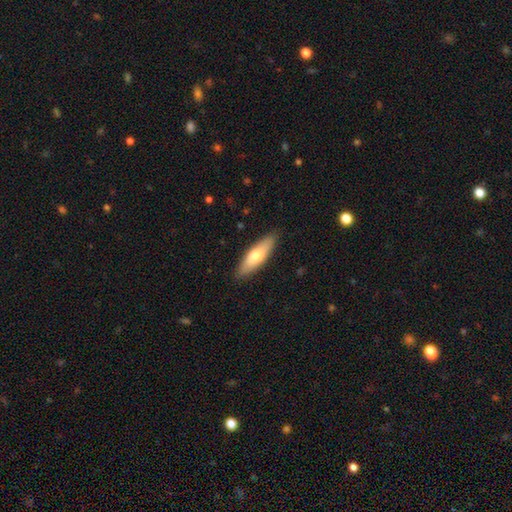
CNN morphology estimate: type=smooth (69%); roundness=cigar-shaped (56%); merging=none (88%).